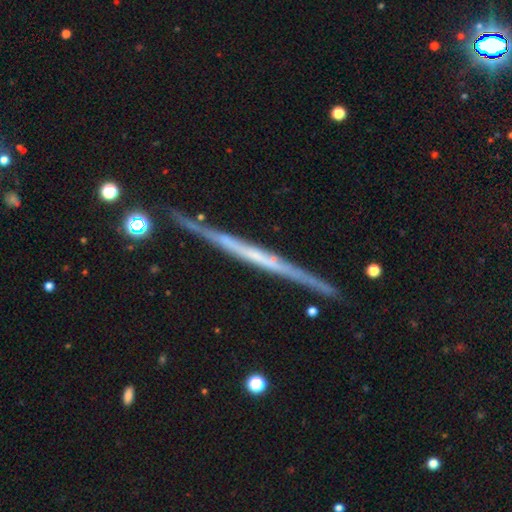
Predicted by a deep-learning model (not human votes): This is likely a featured or disk galaxy (76%). It is clearly viewed edge-on (98%). Edge-on bulge: clearly none (83%). Merging: clearly none (87%).